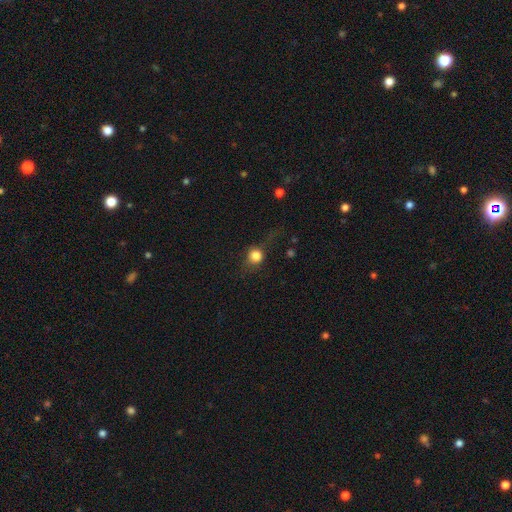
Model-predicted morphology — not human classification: smooth_or_featured: smooth (p=0.77) [alt: star or artifact p=0.11]
how_rounded: round (p=0.85) [alt: in between p=0.13]
merging: none (p=0.65) [alt: minor disturbance p=0.19]